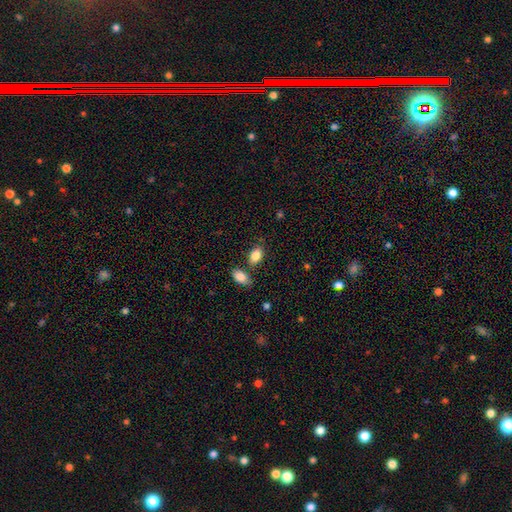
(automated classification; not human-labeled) Smooth or featured? Predicted: smooth (p=0.86). How rounded? Predicted: in between (p=0.88). Merging? Predicted: none (p=0.71).